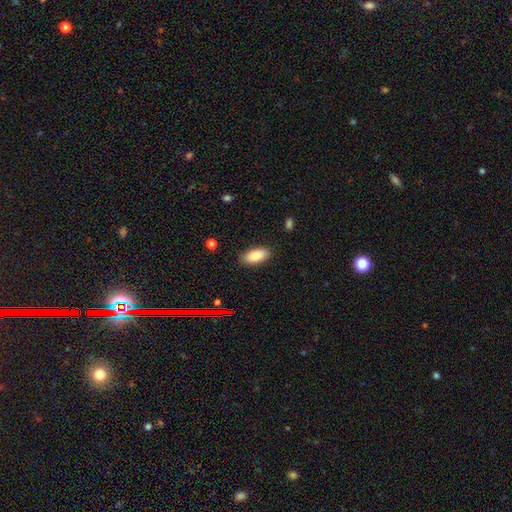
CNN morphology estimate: Smooth or featured: smooth — 85% (featured or disk — 8%)
How rounded: in between — 89% (cigar-shaped — 9%)
Merging: none — 88% (minor disturbance — 9%)